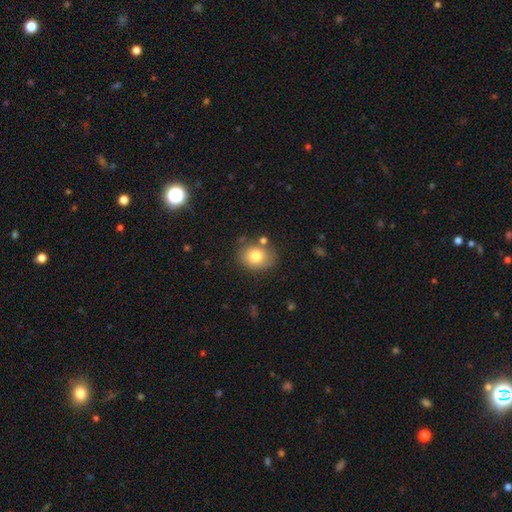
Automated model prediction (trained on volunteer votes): smooth 78%, featured or disk 12%, star or artifact 10%. Down the decision tree: how rounded — round (57%); merging — none (76%).